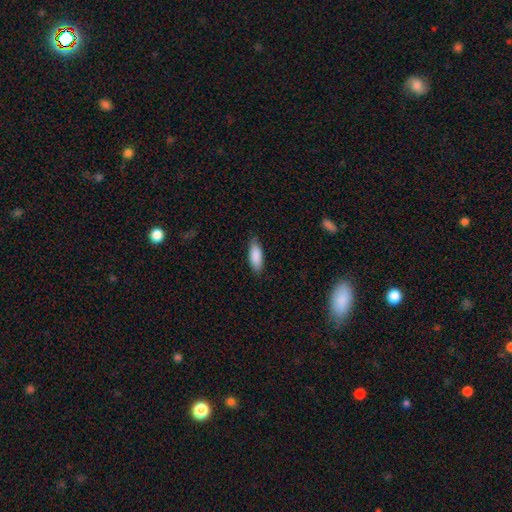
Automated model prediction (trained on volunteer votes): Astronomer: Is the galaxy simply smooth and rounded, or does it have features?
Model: smooth — 88%.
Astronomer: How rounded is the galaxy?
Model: in between — 71%.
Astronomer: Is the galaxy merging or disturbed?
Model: none — 83%.